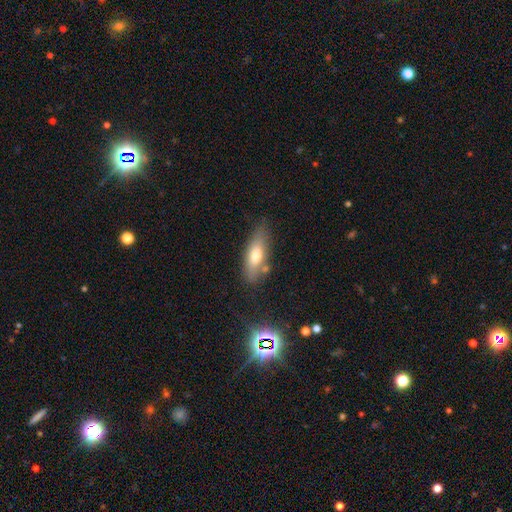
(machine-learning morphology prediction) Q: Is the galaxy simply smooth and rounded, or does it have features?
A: smooth — 65%.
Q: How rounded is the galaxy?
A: in between — 65%.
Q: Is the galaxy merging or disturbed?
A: none — 73%.